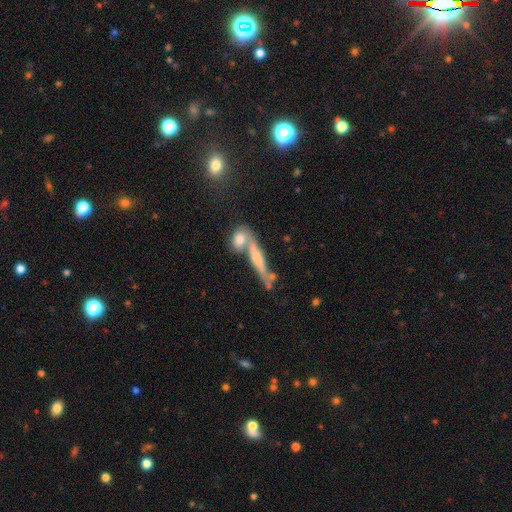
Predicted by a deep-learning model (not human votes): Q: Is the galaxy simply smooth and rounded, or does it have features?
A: featured or disk — 46%.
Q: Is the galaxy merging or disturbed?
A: none — 43%.